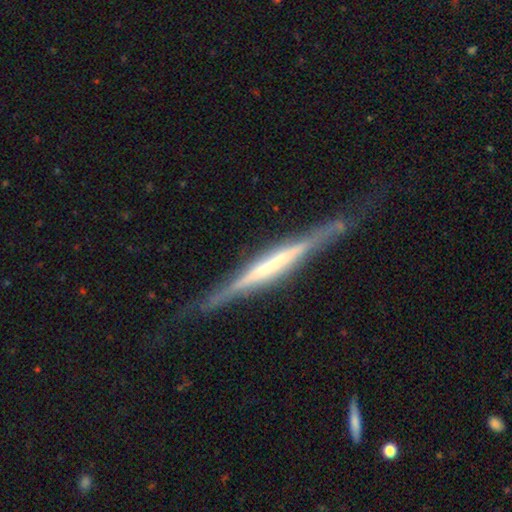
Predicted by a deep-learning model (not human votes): Smooth or featured: featured or disk — 77% (smooth — 18%)
Edge-on disk: yes — 96% (no — 4%)
Edge-on bulge: none — 51% (boxy — 29%)
Merging: none — 77% (minor disturbance — 17%)